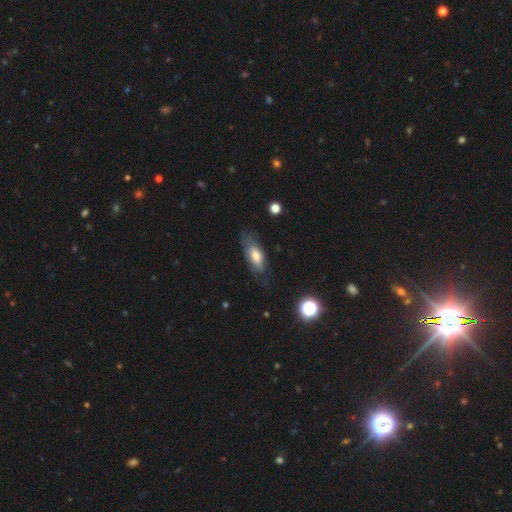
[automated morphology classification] smooth_or_featured: smooth (p=0.66) [alt: featured or disk p=0.26]
how_rounded: in between (p=0.78) [alt: cigar-shaped p=0.19]
merging: none (p=0.67) [alt: minor disturbance p=0.24]